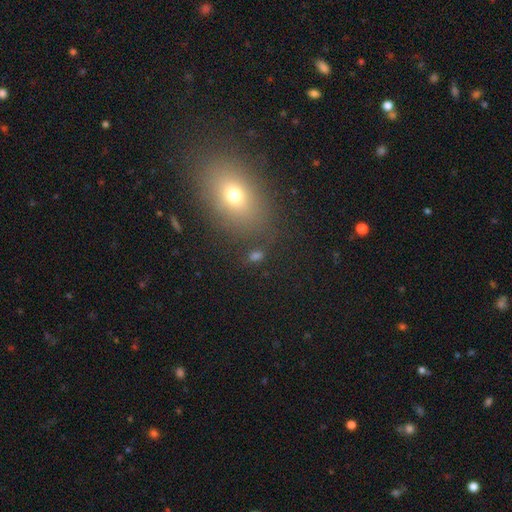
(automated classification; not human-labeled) smooth-or-featured: smooth: 61% | star or artifact: 27% | featured or disk: 12%
  how-rounded: in between: 59% | round: 37% | cigar-shaped: 4%
  merging: none: 72% | minor disturbance: 12% | merger: 9% | major disturbance: 7%